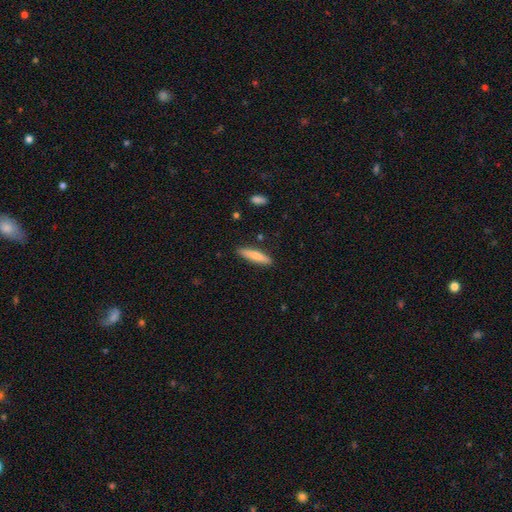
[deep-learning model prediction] The model was most divided on "smooth or featured": smooth: 72%, featured or disk: 22%, star or artifact: 6%. More confident: merging — none (88%); how rounded — cigar-shaped (83%).